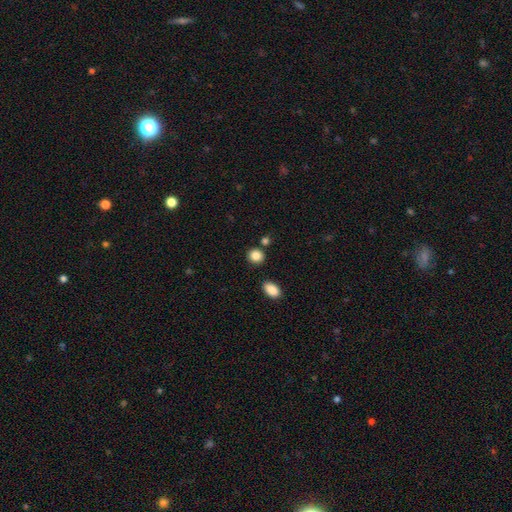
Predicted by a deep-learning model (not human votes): Smooth or featured? smooth (86%)
How rounded? round (79%)
Merging? none (82%)